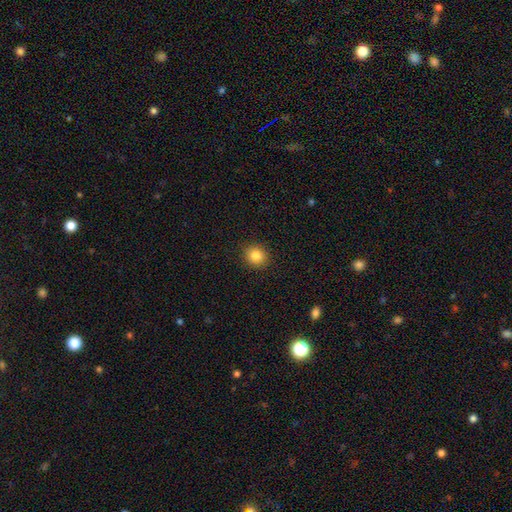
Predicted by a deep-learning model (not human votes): This is clearly a smooth galaxy (85%). How rounded: clearly round (81%). Merging: clearly none (90%).